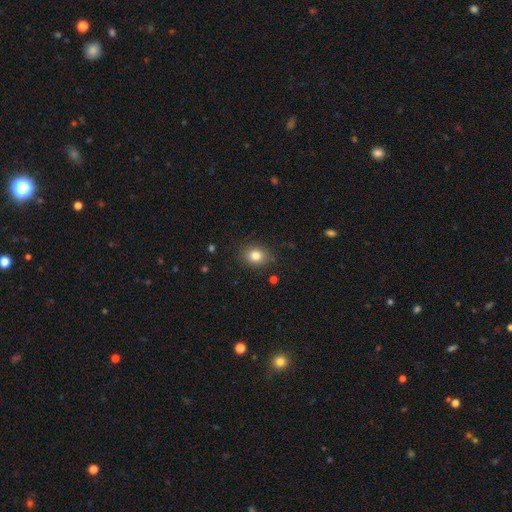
A smooth galaxy with no disk features (92%) that is round (66%). Merging: none (81%).